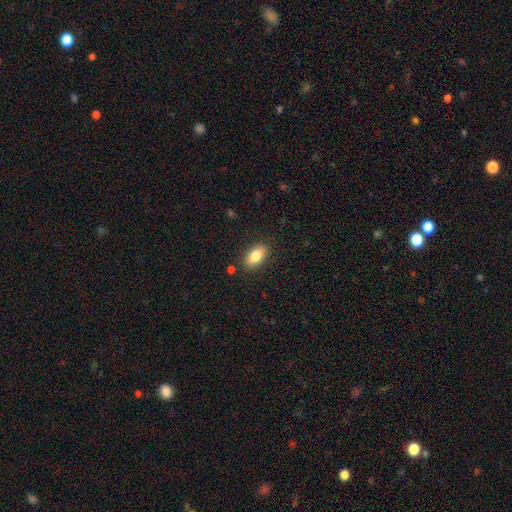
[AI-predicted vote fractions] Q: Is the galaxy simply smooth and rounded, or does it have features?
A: smooth — 82%.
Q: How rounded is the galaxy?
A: in between — 90%.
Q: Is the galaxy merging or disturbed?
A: none — 86%.